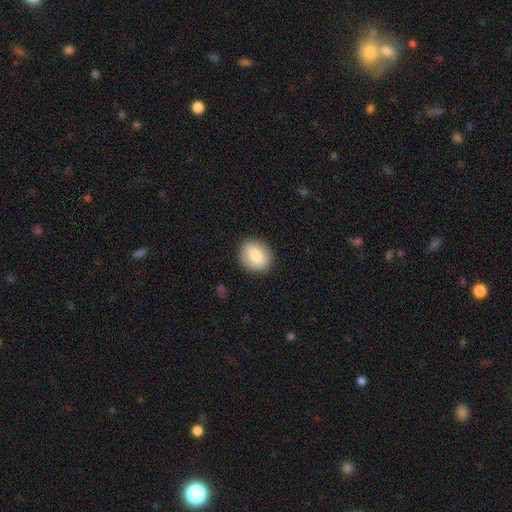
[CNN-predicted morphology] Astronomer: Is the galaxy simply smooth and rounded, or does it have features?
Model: smooth — 79%.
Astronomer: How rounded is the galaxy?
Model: round — 62% (runner-up: in between, 37%).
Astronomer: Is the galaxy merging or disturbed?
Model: none — 88%.